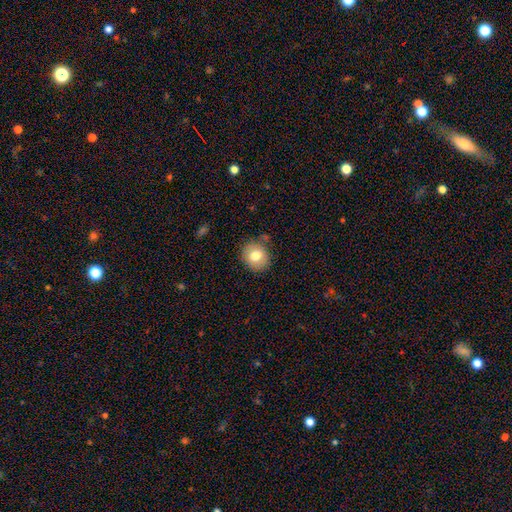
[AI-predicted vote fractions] A smooth galaxy with no disk features (77%) that is round (80%).

Vote fractions:
- Smooth or featured? smooth: 77% / featured or disk: 14% / star or artifact: 9%
- How rounded? round: 80% / in between: 19% / cigar-shaped: 1%
- Merging? none: 83% / minor disturbance: 11% / major disturbance: 3% / merger: 3%